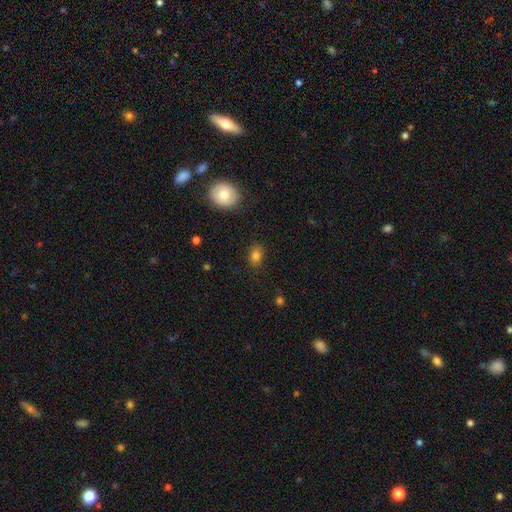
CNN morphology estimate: smooth 82%, star or artifact 11%, featured or disk 6%. Down the decision tree: how rounded — in between (71%); merging — none (83%).